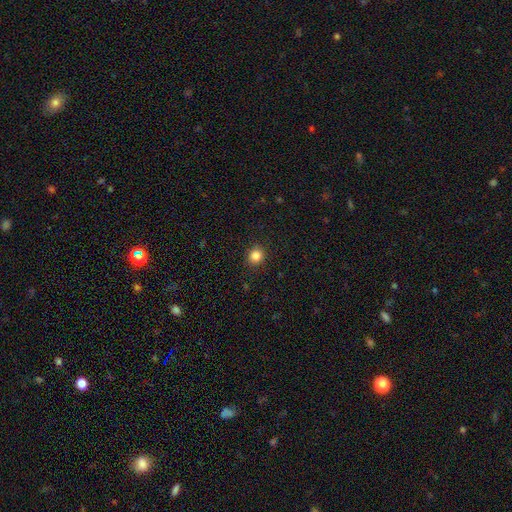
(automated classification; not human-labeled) This is clearly a smooth galaxy (85%). How rounded: clearly round (86%). Merging: clearly none (91%).